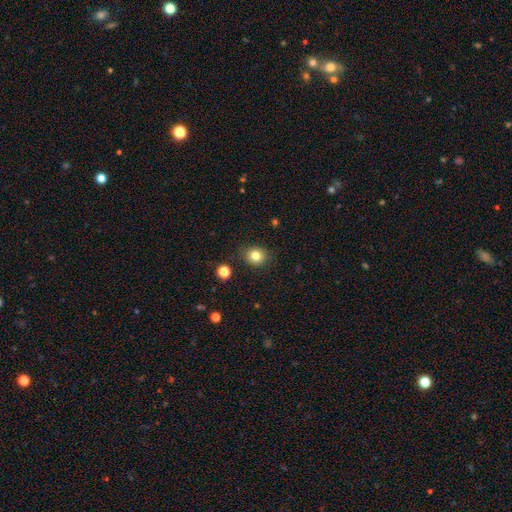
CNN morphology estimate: type=smooth (81%); roundness=round (77%); merging=none (88%).